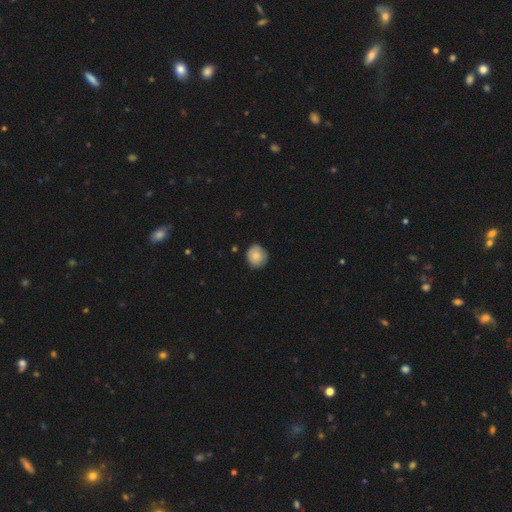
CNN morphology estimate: Smooth or featured? smooth (79%)
How rounded? round (85%)
Merging? none (81%)